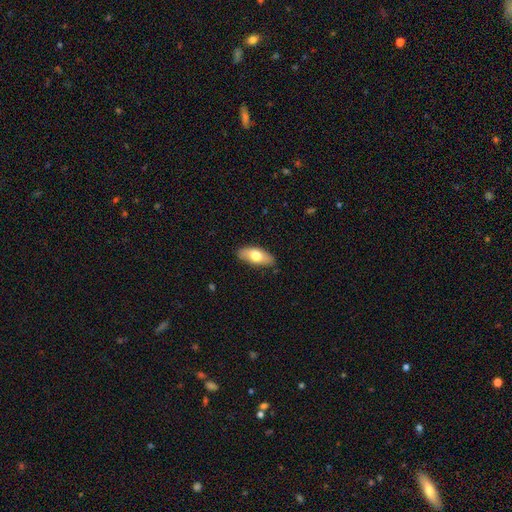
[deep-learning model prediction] Overall: smooth (69%). How rounded: in between (86%). Merging: none (84%).